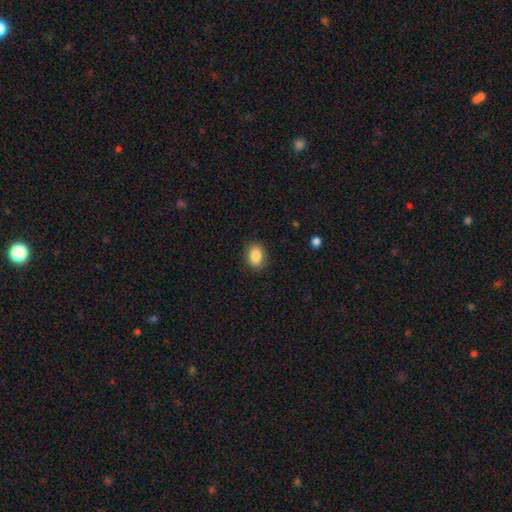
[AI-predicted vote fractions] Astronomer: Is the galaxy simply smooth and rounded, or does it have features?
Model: smooth — 87%.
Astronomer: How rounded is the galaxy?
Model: in between — 66%.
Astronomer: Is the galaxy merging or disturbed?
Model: none — 85%.